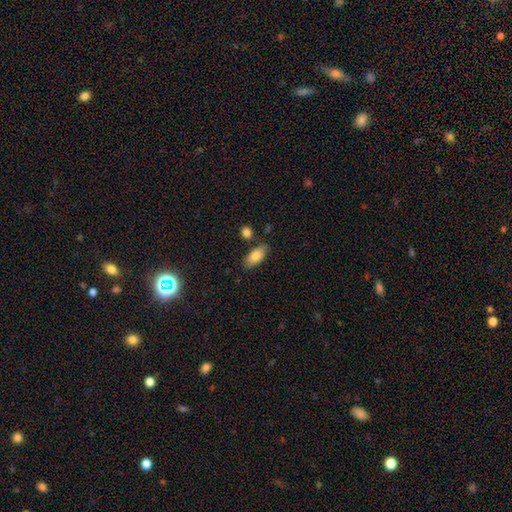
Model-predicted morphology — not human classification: smooth-or-featured: smooth: 80% | featured or disk: 13% | star or artifact: 7%
  how-rounded: in between: 87% | cigar-shaped: 10% | round: 3%
  merging: none: 78% | minor disturbance: 13% | merger: 6% | major disturbance: 3%